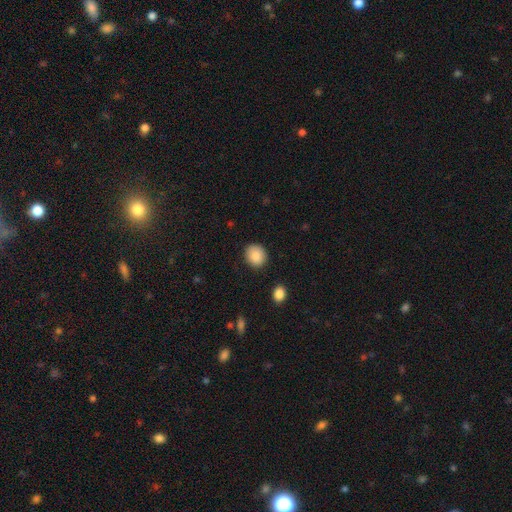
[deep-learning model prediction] smooth_or_featured: smooth (p=0.88) [alt: star or artifact p=0.08]
how_rounded: round (p=0.74) [alt: in between p=0.25]
merging: none (p=0.88) [alt: minor disturbance p=0.08]